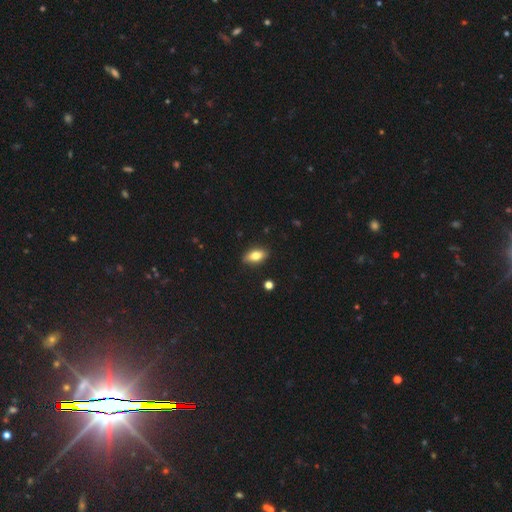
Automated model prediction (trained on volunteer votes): A smooth galaxy with no disk features (75%) that is in between round and cigar-shaped (86%). Merging: none (88%).